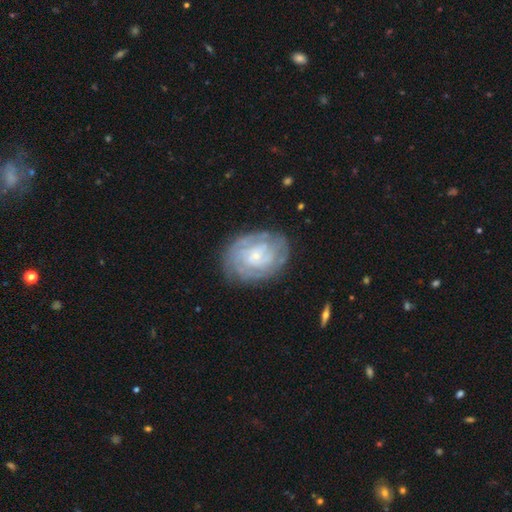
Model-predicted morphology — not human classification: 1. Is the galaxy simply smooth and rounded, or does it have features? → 77% featured or disk, 16% smooth, 7% star or artifact.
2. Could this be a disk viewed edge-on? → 97% no, 3% yes.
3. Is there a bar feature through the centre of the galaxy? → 70% no, 25% weak, 6% strong.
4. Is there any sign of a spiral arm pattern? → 90% yes, 10% no.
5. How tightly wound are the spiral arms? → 76% tight, 19% medium, 5% loose.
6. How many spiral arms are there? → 46% can't tell, 18% 2, 14% 3, 11% 4, 6% more than 4, 5% 1.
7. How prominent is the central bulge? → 73% small, 19% moderate, 5% none, 2% large, 1% dominant.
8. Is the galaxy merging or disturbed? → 77% none, 16% minor disturbance, 6% major disturbance, 1% merger.